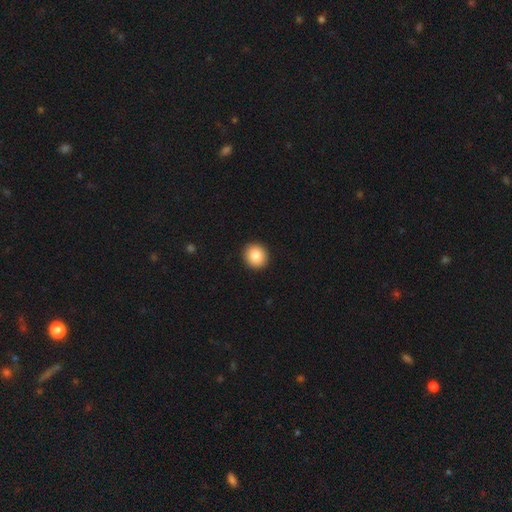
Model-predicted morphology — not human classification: Smooth or featured? Predicted: smooth (p=0.86). How rounded? Predicted: round (p=0.89). Merging? Predicted: none (p=0.93).